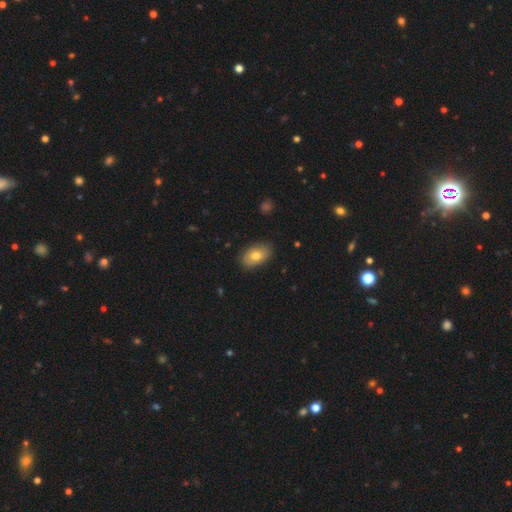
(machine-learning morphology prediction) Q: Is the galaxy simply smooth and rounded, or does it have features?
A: smooth — 77%.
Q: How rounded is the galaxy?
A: in between — 91%.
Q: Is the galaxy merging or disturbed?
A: none — 84%.